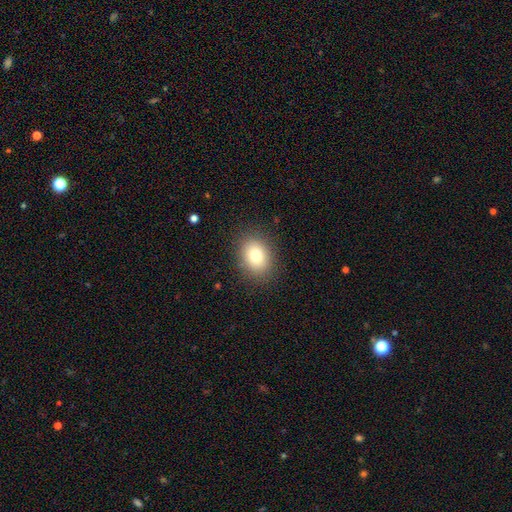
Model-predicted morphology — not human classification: Smooth or featured? Predicted: smooth (p=0.80). How rounded? Predicted: round (p=0.50). Merging? Predicted: none (p=0.88).